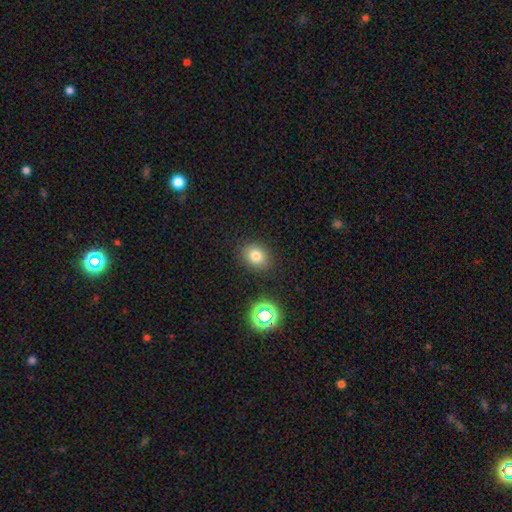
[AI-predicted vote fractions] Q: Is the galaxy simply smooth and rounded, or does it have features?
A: smooth — 77%.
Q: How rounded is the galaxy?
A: round — 51%.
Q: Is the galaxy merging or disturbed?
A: none — 86%.